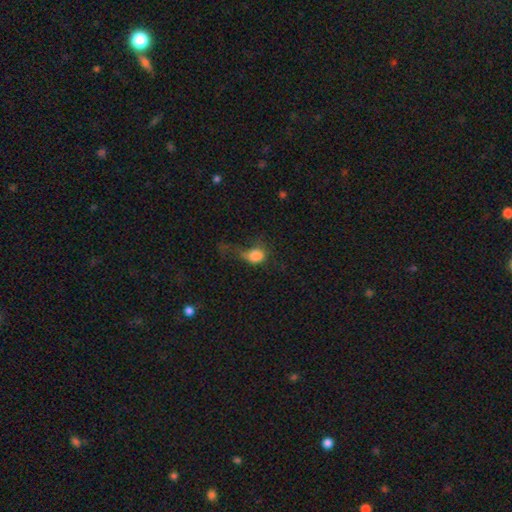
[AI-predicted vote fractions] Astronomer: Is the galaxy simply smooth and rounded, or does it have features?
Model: smooth — 76%.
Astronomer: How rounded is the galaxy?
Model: in between — 54% (runner-up: round, 44%).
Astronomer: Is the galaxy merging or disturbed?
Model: major disturbance — 52%.